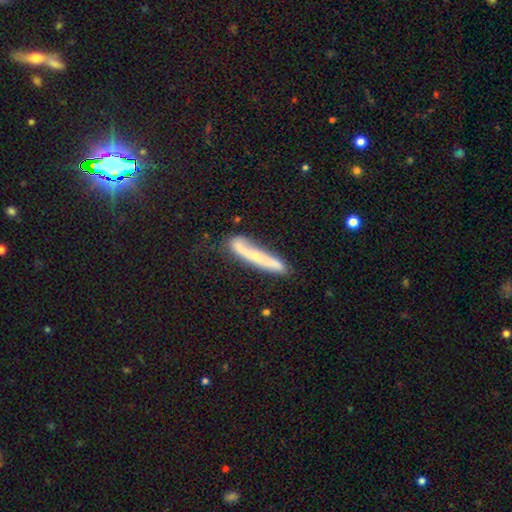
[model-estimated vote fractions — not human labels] Smooth or featured? Predicted: featured or disk (p=0.54). Edge-on disk? Predicted: yes (p=0.68). Merging? Predicted: none (p=0.59).